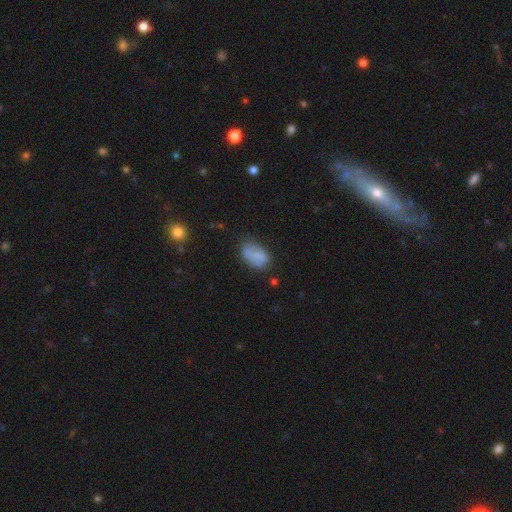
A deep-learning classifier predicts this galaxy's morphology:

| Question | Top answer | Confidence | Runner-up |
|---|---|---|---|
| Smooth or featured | smooth | 71% | featured or disk (20%) |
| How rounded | in between | 88% | round (10%) |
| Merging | none | 57% | minor disturbance (26%) |